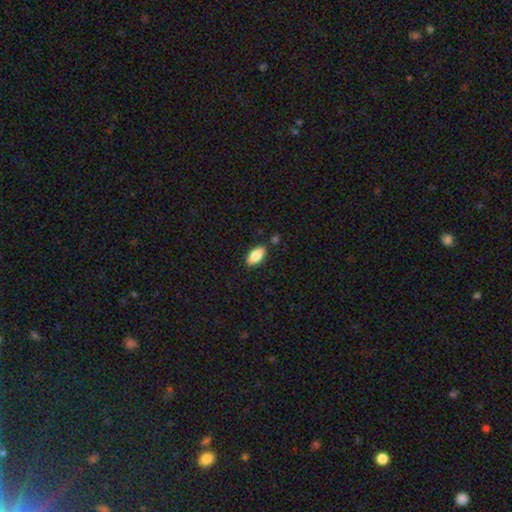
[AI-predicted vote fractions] smooth 83%, featured or disk 11%, star or artifact 7%. Down the decision tree: how rounded — in between (92%); merging — none (84%).